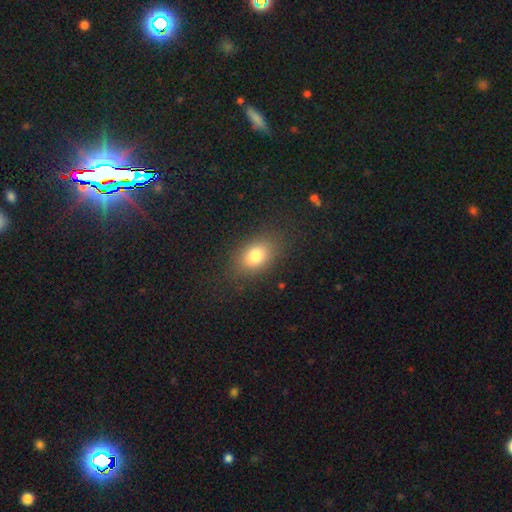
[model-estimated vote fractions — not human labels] smooth_or_featured: smooth (p=0.79) [alt: star or artifact p=0.11]
how_rounded: in between (p=0.76) [alt: round p=0.22]
merging: none (p=0.82) [alt: minor disturbance p=0.12]